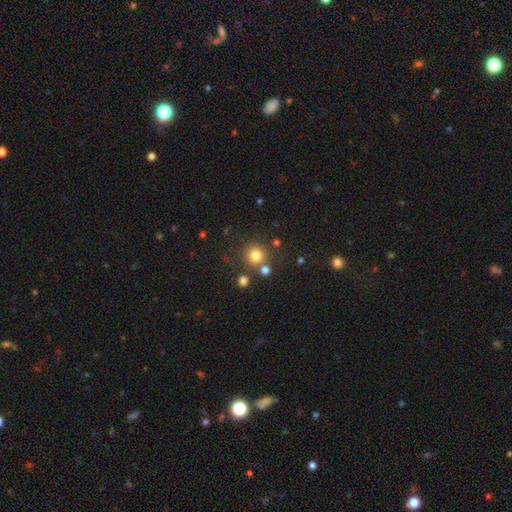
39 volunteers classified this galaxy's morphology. Overall: smooth (82%). How rounded: round (97%). Merging: none (94%).